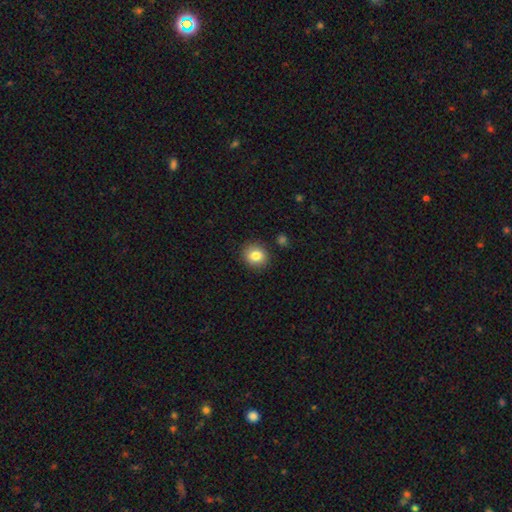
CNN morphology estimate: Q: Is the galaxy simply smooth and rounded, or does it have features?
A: smooth — 83%.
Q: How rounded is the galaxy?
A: round — 78%.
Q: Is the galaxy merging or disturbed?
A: none — 88%.